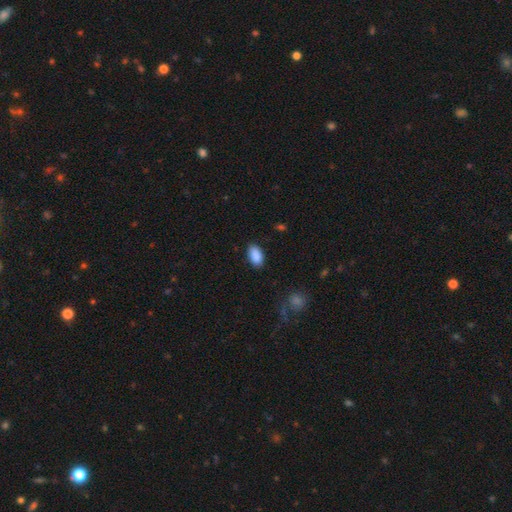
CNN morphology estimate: A smooth galaxy with no disk features (90%) that is in between round and cigar-shaped (94%).

Vote fractions:
- Smooth or featured? smooth: 90% / star or artifact: 7% / featured or disk: 3%
- How rounded? in between: 94% / round: 4% / cigar-shaped: 2%
- Merging? none: 86% / minor disturbance: 10% / major disturbance: 2% / merger: 1%